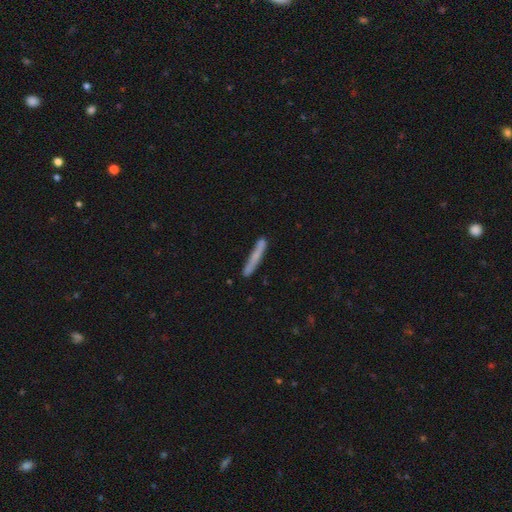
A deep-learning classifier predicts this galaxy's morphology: Smooth or featured? smooth (67%)
How rounded? cigar-shaped (96%)
Merging? none (81%)